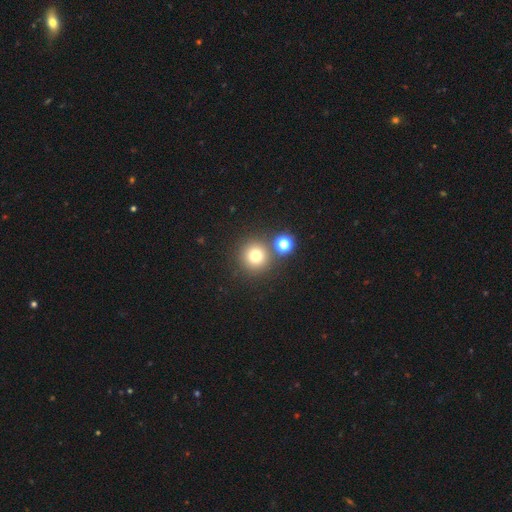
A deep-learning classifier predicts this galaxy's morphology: Smooth or featured? Predicted: smooth (p=0.74). How rounded? Predicted: round (p=0.94). Merging? Predicted: none (p=0.79).